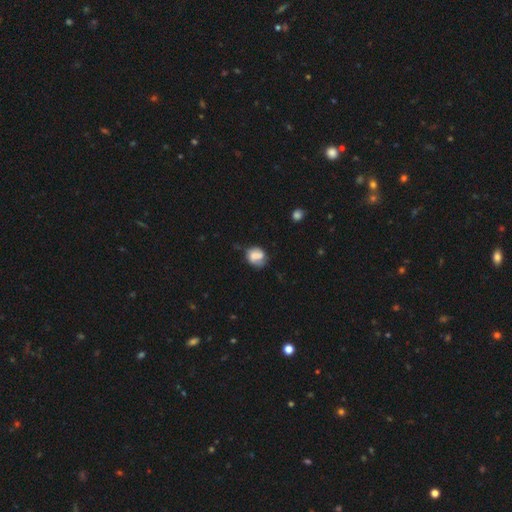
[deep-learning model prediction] Smooth or featured: smooth — 68% (featured or disk — 23%)
How rounded: round — 58% (in between — 41%)
Merging: none — 47% (minor disturbance — 32%)